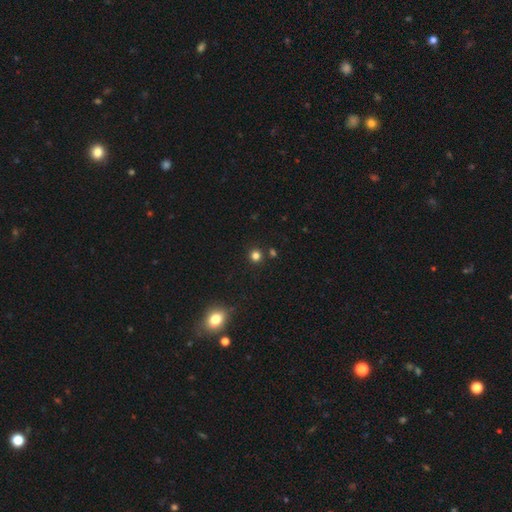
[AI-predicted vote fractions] smooth 78%, star or artifact 17%, featured or disk 5%. Down the decision tree: how rounded — round (92%); merging — none (86%).